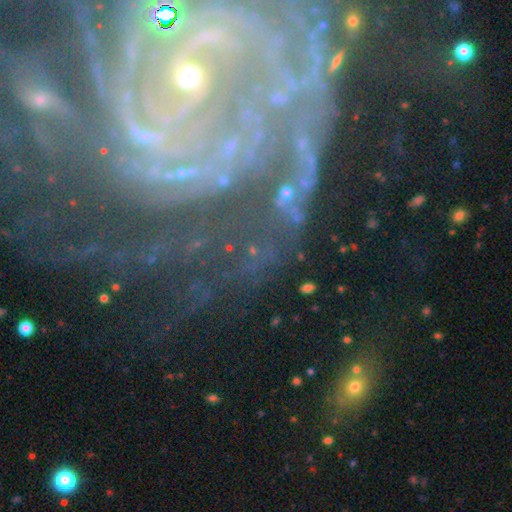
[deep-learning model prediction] A featured or disk galaxy (70%) with no bar (44%), tight (63%) spiral arms (92%) and a small central bulge (65%). Merging: none (59%).